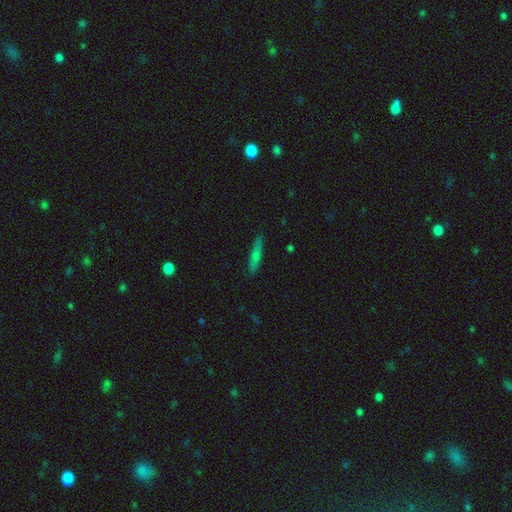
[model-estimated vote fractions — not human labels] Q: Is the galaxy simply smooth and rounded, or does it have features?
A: smooth — 66%.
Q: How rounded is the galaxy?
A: cigar-shaped — 85%.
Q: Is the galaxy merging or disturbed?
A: none — 87%.